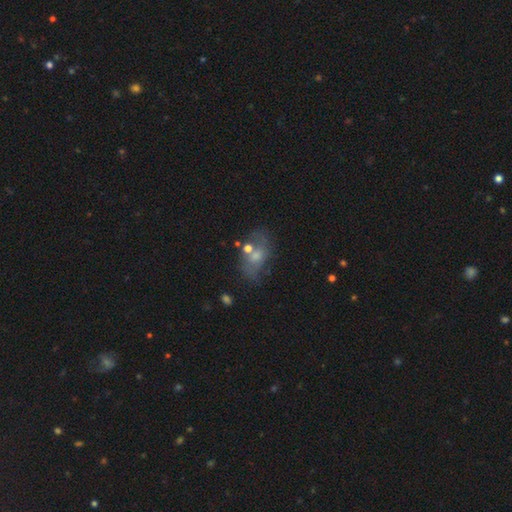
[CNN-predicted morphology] Smooth or featured? Predicted: featured or disk (p=0.43). Merging? Predicted: none (p=0.52).